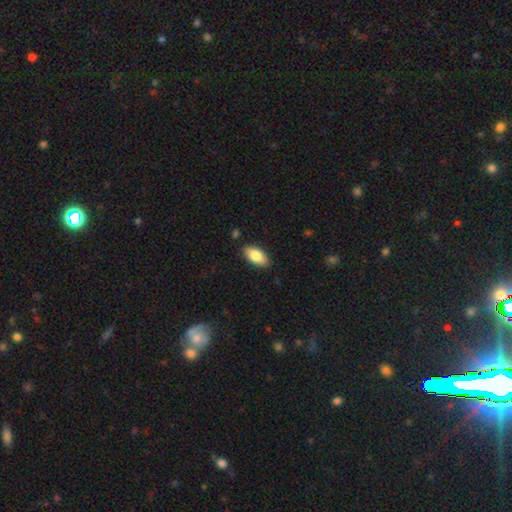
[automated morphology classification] type=smooth (81%); roundness=in between (91%); merging=none (87%).